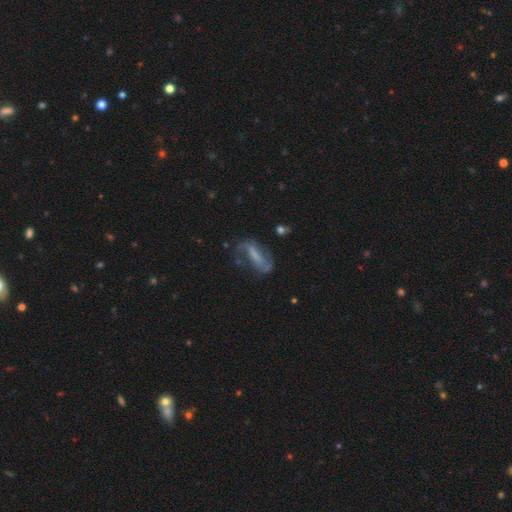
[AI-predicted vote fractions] featured or disk 67%, smooth 23%, star or artifact 9%. Down the decision tree: edge-on disk — no (89%); bar — strong (49%); spiral arms — yes (81%); bulge size — none (48%); merging — none (51%).